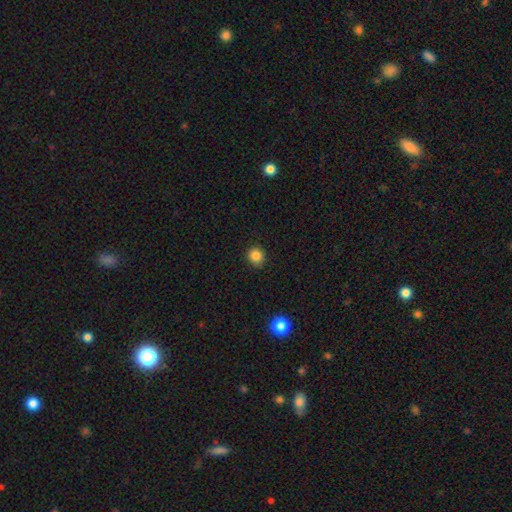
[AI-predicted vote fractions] Smooth or featured: smooth — 85% (star or artifact — 11%)
How rounded: round — 87% (in between — 12%)
Merging: none — 90% (minor disturbance — 7%)